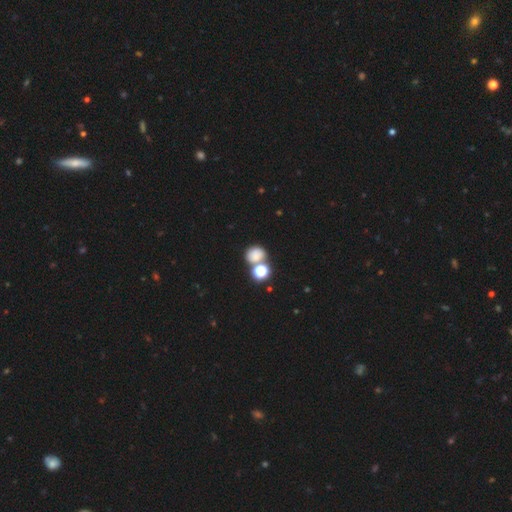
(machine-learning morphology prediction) This appears to be a smooth galaxy with no disk features (71%) that is round (70%). Merging: none (47%).